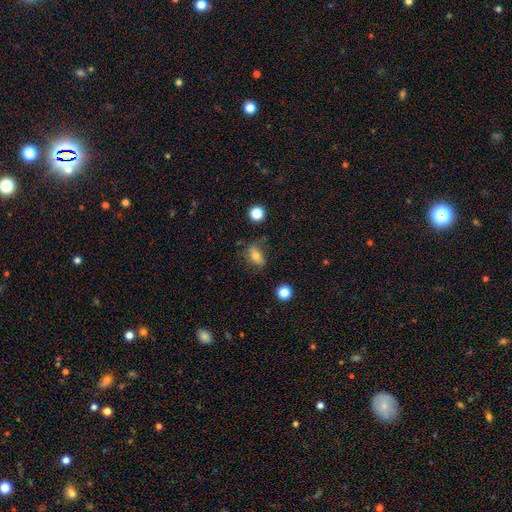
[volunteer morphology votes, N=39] smooth_or_featured: smooth (p=0.64) [alt: featured or disk p=0.26]
how_rounded: in between (p=0.80) [alt: round p=0.12]
merging: none (p=0.66) [alt: minor disturbance p=0.20]